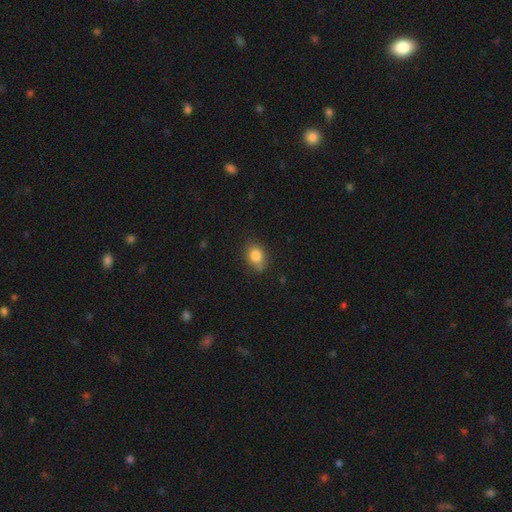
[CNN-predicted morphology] Smooth or featured? smooth (83%)
How rounded? in between (60%)
Merging? none (71%)